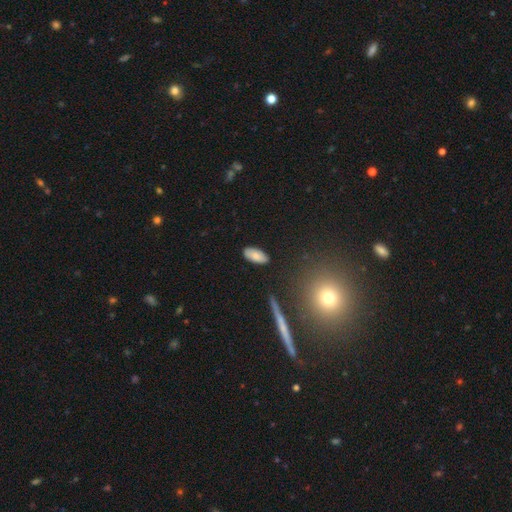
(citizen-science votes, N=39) Volunteers were most divided on "merging": none: 79%, minor disturbance: 18%, major disturbance: 3%, merger: 0%. More confident: how rounded — in between (100%); smooth or featured — smooth (87%).